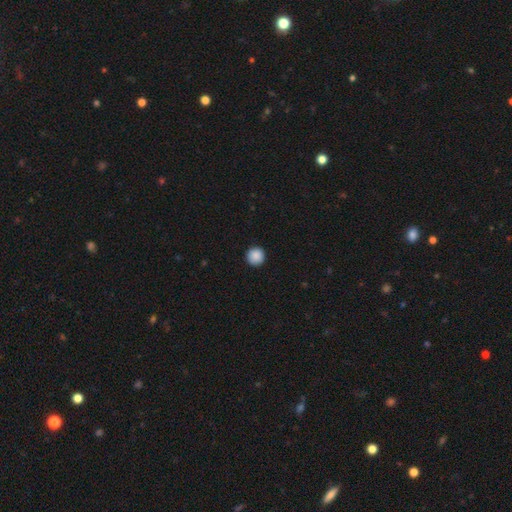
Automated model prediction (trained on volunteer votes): This appears to be a smooth galaxy with no disk features (89%) that is round (96%). Merging: none (92%).